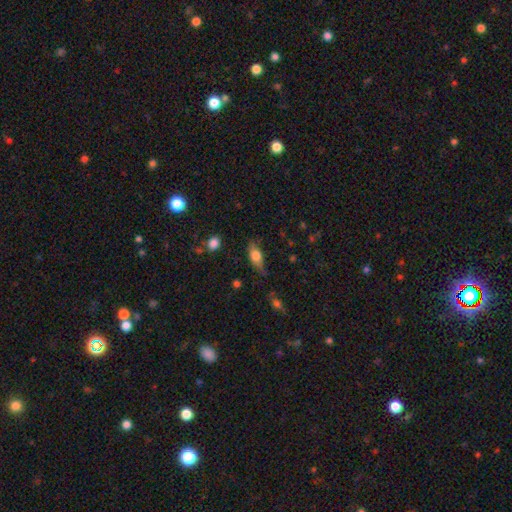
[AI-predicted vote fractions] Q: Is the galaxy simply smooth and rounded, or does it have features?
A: smooth — 69%.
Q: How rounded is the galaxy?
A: in between — 78%.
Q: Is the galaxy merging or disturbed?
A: none — 63%.